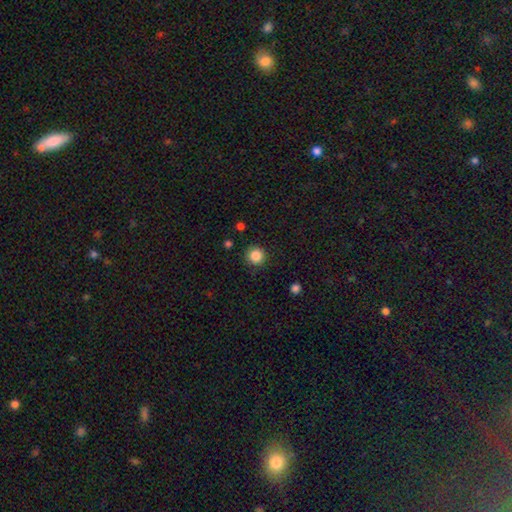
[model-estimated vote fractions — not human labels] This is clearly a smooth galaxy (86%). How rounded: clearly round (95%). Merging: clearly none (90%).